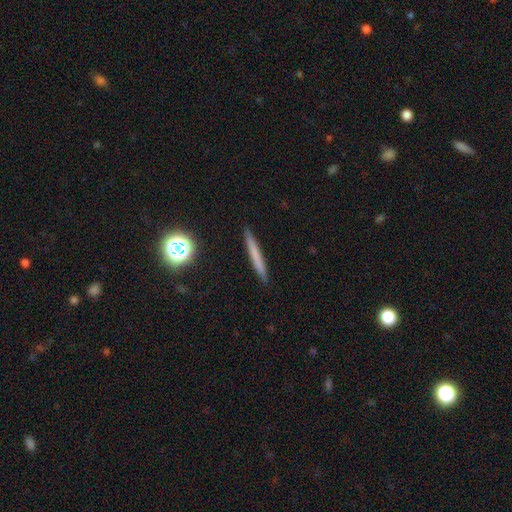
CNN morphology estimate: smooth 62%, featured or disk 29%, star or artifact 10%. Down the decision tree: how rounded — cigar-shaped (96%); merging — none (91%).